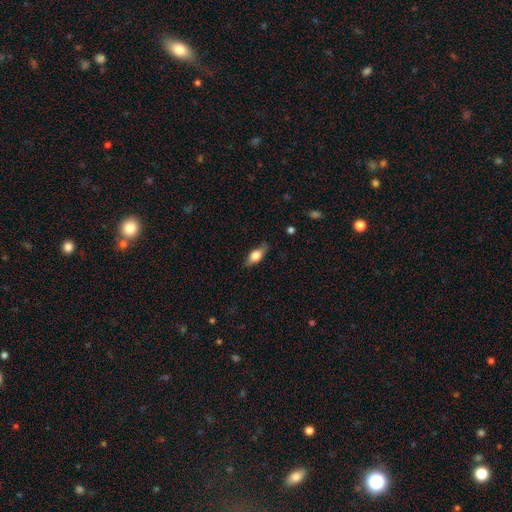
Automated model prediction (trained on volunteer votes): smooth_or_featured: smooth (p=0.66) [alt: featured or disk p=0.27]
how_rounded: in between (p=0.77) [alt: cigar-shaped p=0.18]
merging: none (p=0.82) [alt: minor disturbance p=0.14]